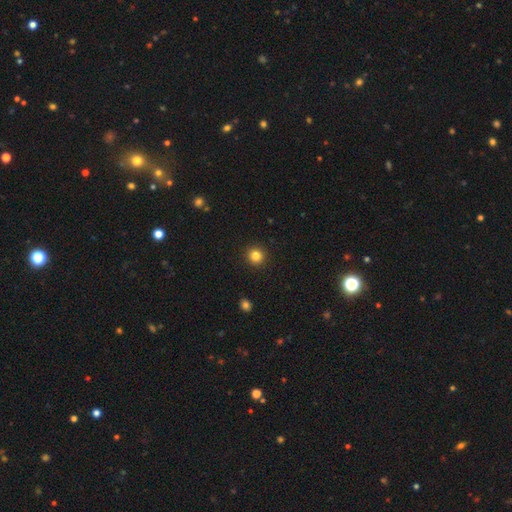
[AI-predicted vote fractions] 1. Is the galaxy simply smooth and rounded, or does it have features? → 84% smooth, 12% star or artifact, 5% featured or disk.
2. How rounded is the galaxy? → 95% round, 4% in between, 1% cigar-shaped.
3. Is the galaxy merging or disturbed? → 93% none, 5% minor disturbance, 2% major disturbance, 1% merger.